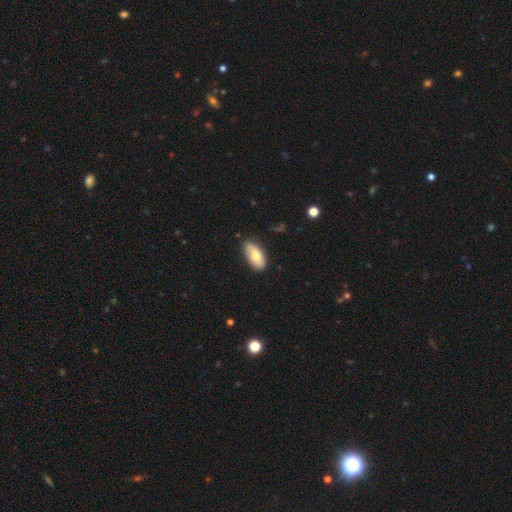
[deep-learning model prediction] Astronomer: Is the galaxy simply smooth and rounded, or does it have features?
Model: smooth — 75%.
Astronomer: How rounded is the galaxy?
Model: in between — 91%.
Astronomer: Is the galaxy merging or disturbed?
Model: none — 79%.